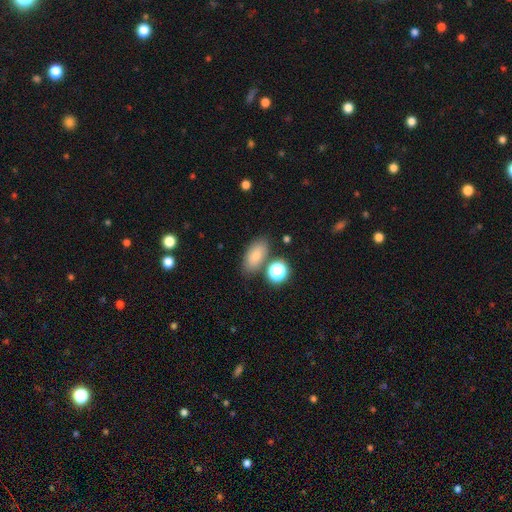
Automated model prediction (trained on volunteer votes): Smooth or featured? Predicted: smooth (p=0.78). How rounded? Predicted: in between (p=0.88). Merging? Predicted: none (p=0.74).